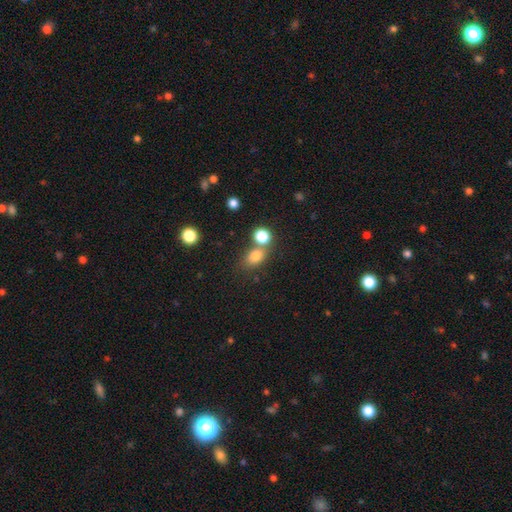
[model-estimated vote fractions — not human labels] smooth-or-featured: smooth: 79% | star or artifact: 13% | featured or disk: 8%
  how-rounded: in between: 56% | round: 42% | cigar-shaped: 2%
  merging: none: 54% | merger: 31% | minor disturbance: 11% | major disturbance: 4%